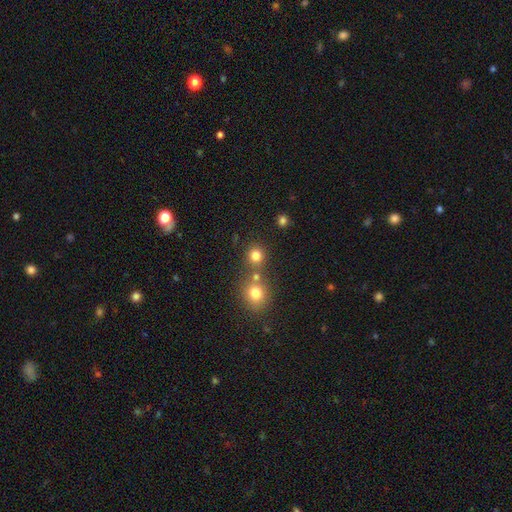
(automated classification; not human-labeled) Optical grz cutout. It shows a smooth galaxy with no disk features (80%) that is round (90%). Merging: none (69%).